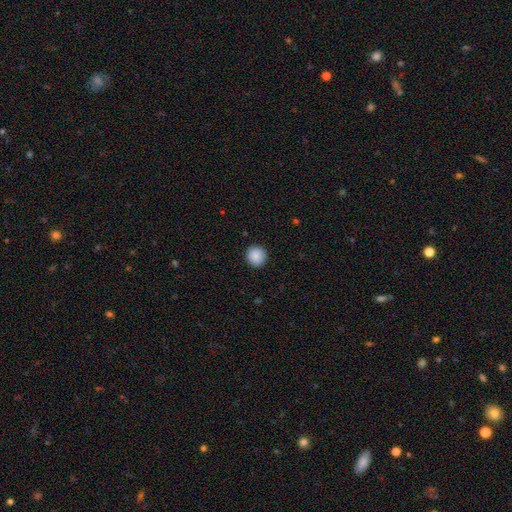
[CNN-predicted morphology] smooth-or-featured: smooth: 89% | star or artifact: 8% | featured or disk: 3%
  how-rounded: round: 94% | in between: 5% | cigar-shaped: 1%
  merging: none: 92% | minor disturbance: 5% | major disturbance: 2% | merger: 1%